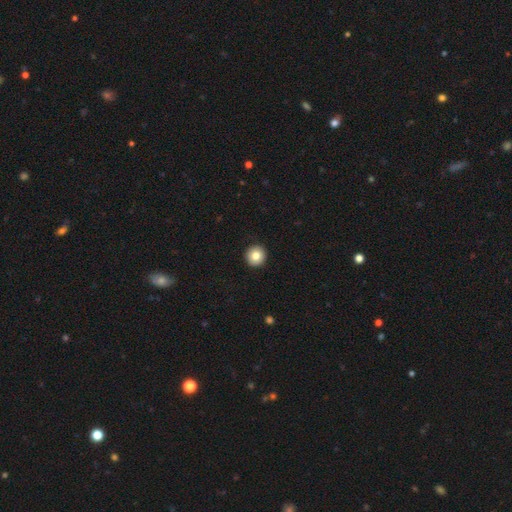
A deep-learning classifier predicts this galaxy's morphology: Smooth or featured? Predicted: smooth (p=0.81). How rounded? Predicted: round (p=0.95). Merging? Predicted: none (p=0.94).